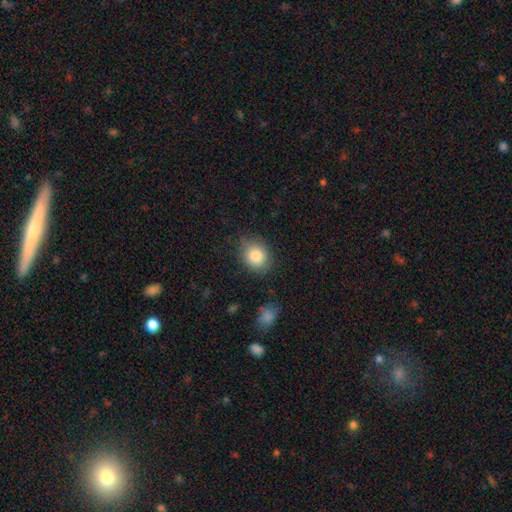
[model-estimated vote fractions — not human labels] smooth_or_featured: smooth (p=0.86) [alt: star or artifact p=0.08]
how_rounded: round (p=0.53) [alt: in between p=0.46]
merging: none (p=0.77) [alt: minor disturbance p=0.17]